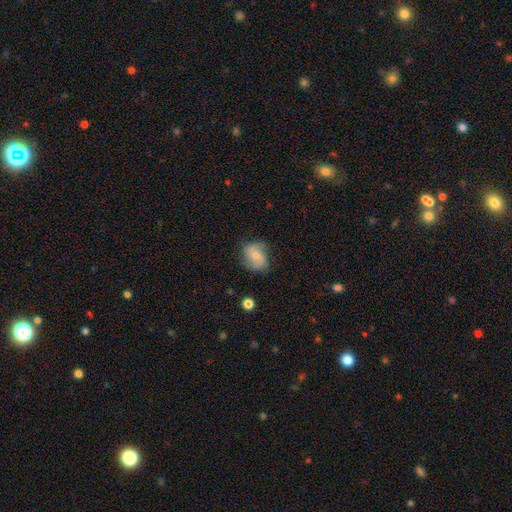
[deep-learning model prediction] Smooth or featured?
  - featured or disk: 51% *
  - smooth: 41%
  - star or artifact: 8%
Edge-on disk?
  - no: 97% *
  - yes: 3%
Merging?
  - none: 69% *
  - minor disturbance: 22%
  - major disturbance: 7%
  - merger: 2%